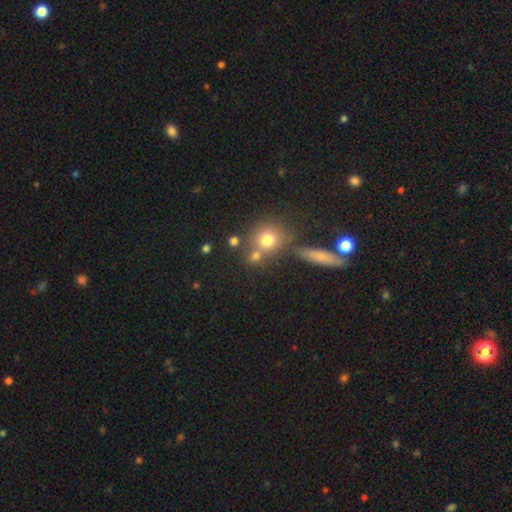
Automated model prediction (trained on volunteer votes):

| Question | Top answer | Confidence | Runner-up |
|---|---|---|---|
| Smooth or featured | smooth | 71% | star or artifact (16%) |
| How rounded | round | 80% | in between (16%) |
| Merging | none | 60% | merger (26%) |